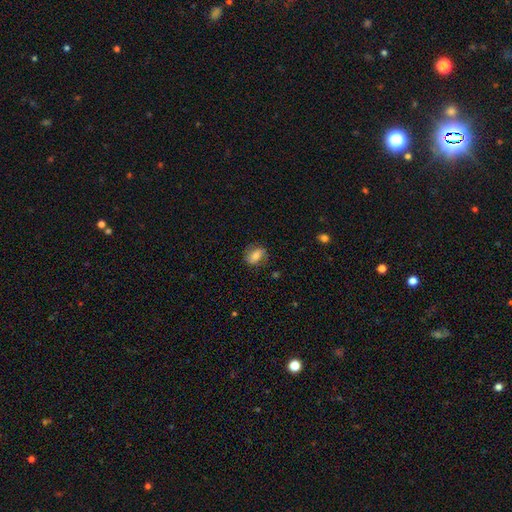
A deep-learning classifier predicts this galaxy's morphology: Smooth or featured? smooth (60%)
How rounded? in between (67%)
Merging? none (75%)